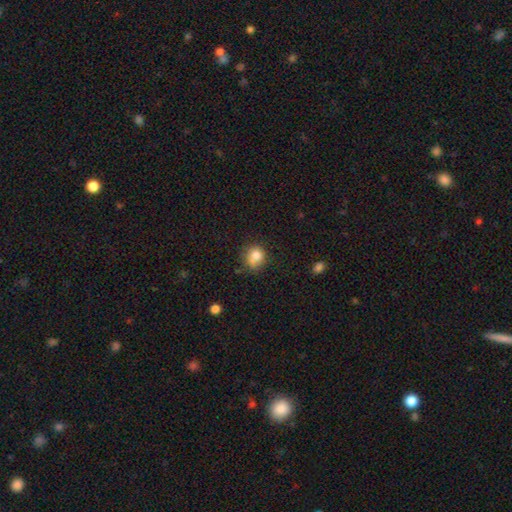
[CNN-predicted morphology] A smooth galaxy with no disk features (80%) that is round (73%). Merging: none (57%).